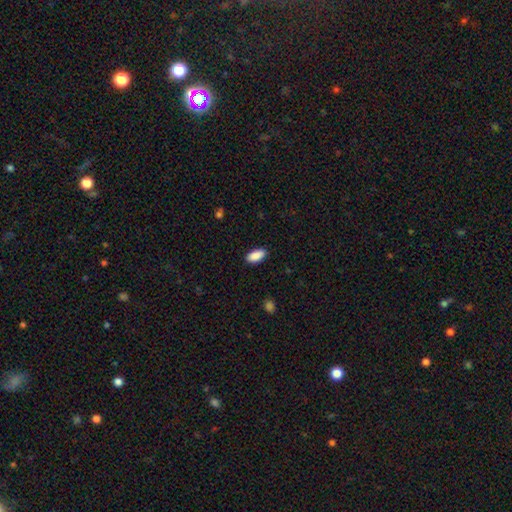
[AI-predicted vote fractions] smooth_or_featured: smooth (p=0.90) [alt: star or artifact p=0.07]
how_rounded: in between (p=0.90) [alt: cigar-shaped p=0.08]
merging: none (p=0.88) [alt: minor disturbance p=0.09]